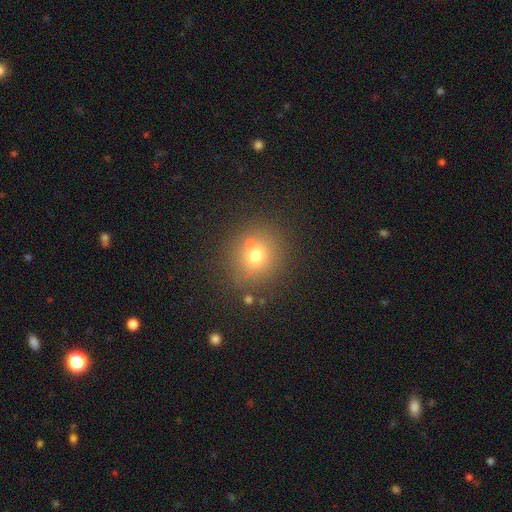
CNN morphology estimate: smooth_or_featured: smooth (p=0.68) [alt: star or artifact p=0.18]
how_rounded: round (p=0.87) [alt: in between p=0.12]
merging: none (p=0.71) [alt: merger p=0.15]